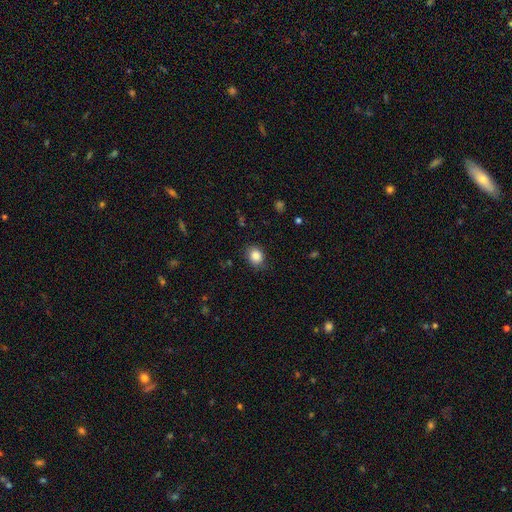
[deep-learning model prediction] Smooth or featured? Predicted: smooth (p=0.86). How rounded? Predicted: round (p=0.55). Merging? Predicted: none (p=0.82).